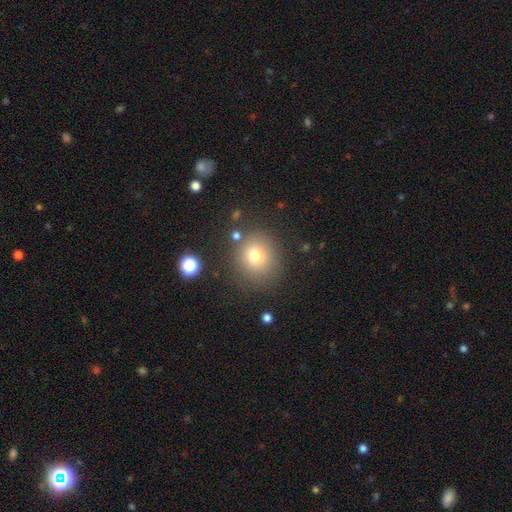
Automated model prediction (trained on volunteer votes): Q: Smooth or featured?
A: smooth (73%); runner-up: star or artifact (16%)
Q: How rounded?
A: round (84%); runner-up: in between (15%)
Q: Merging?
A: none (80%); runner-up: minor disturbance (11%)